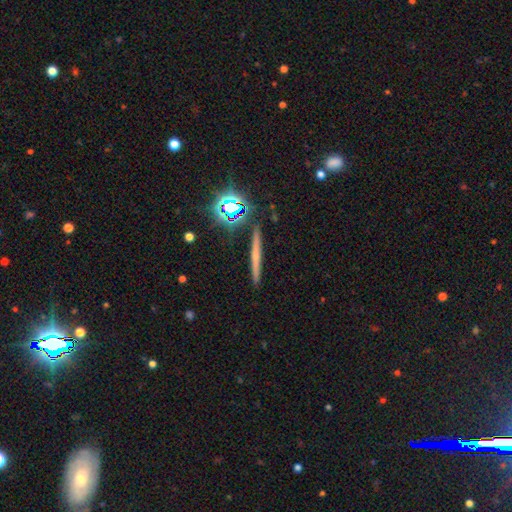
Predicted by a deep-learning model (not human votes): This is possibly a featured or disk galaxy (48%). Merging: clearly none (89%).